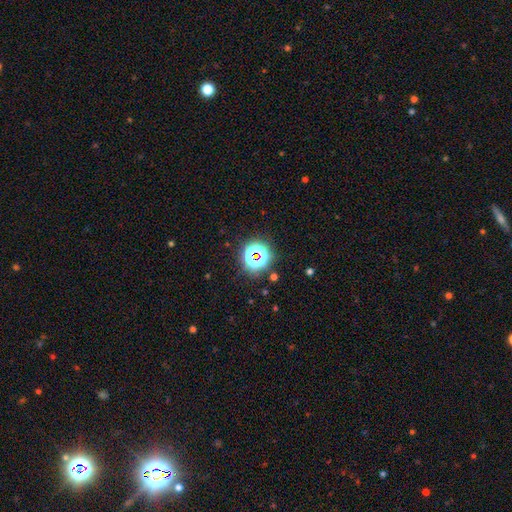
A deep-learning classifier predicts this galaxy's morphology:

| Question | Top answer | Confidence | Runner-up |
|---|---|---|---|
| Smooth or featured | star or artifact | 63% | smooth (27%) |